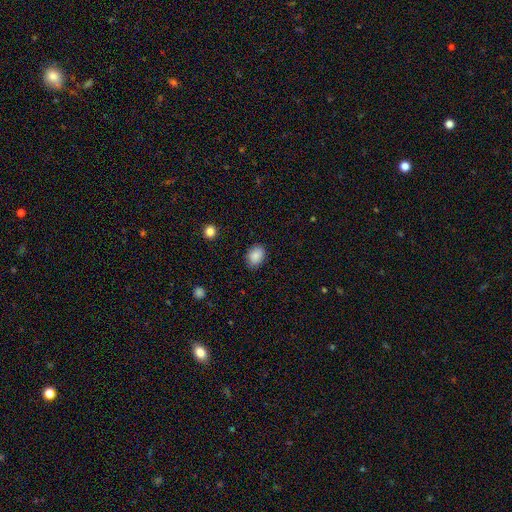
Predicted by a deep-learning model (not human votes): Smooth or featured?
  - smooth: 88% *
  - star or artifact: 8%
  - featured or disk: 4%
How rounded?
  - in between: 74% *
  - round: 25%
  - cigar-shaped: 1%
Merging?
  - none: 85% *
  - minor disturbance: 11%
  - major disturbance: 3%
  - merger: 1%